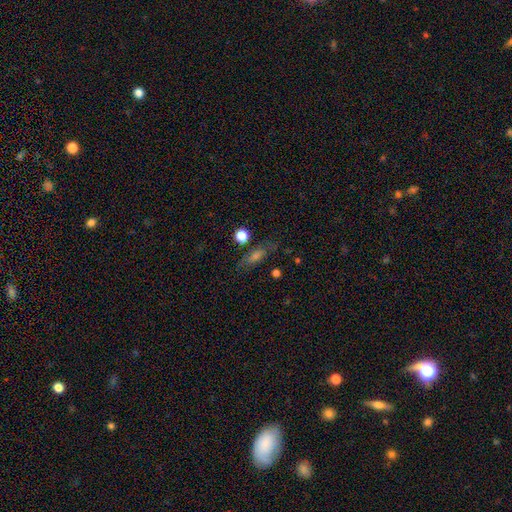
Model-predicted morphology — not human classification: This appears to be a smooth galaxy with no disk features (48%). Merging: none (71%).